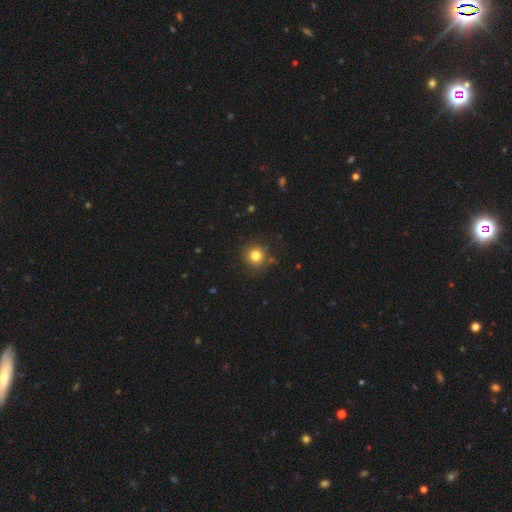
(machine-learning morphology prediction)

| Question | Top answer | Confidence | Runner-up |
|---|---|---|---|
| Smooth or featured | smooth | 80% | star or artifact (13%) |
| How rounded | round | 93% | in between (6%) |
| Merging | none | 87% | minor disturbance (8%) |